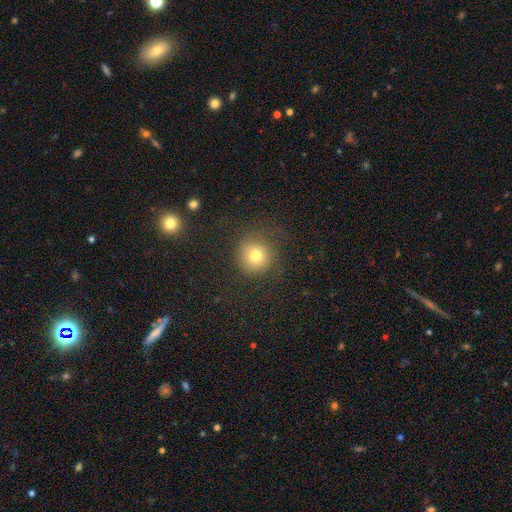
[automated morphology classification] Smooth or featured: smooth — 77% (star or artifact — 14%)
How rounded: round — 91% (in between — 8%)
Merging: none — 81% (minor disturbance — 11%)